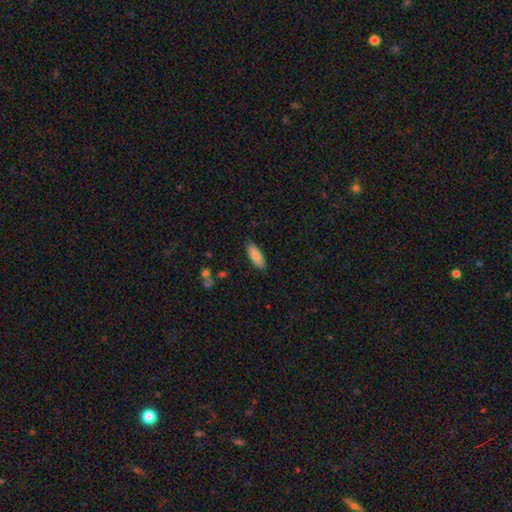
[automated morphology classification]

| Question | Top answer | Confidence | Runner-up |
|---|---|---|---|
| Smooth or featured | smooth | 83% | featured or disk (11%) |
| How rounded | in between | 72% | cigar-shaped (26%) |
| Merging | none | 87% | minor disturbance (10%) |